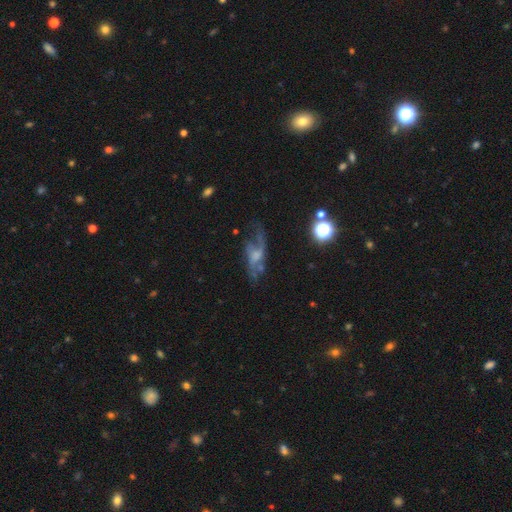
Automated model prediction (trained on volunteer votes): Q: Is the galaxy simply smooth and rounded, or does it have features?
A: featured or disk — 66%.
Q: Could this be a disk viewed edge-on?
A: no — 90%.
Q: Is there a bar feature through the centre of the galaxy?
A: no — 60%.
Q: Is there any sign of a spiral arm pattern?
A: yes — 73%.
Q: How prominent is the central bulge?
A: moderate — 33%, tied with small.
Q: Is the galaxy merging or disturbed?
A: none — 42%.